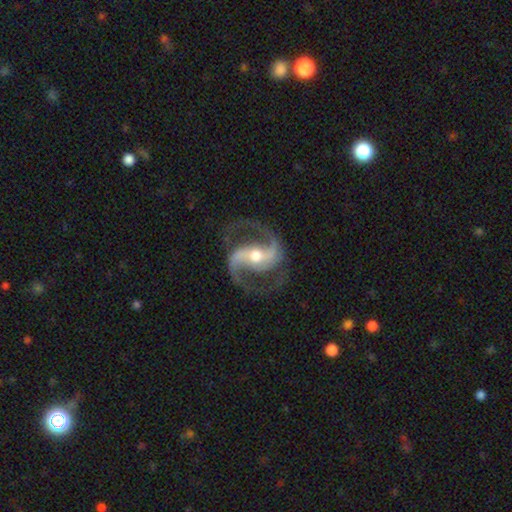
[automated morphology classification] Overall: featured or disk (93%). Edge-on disk: no (97%). Bar: strong (51%; weak 32%). Spiral arms: yes (98%). Spiral arm count: 2 (94%). Spiral winding: medium (62%; loose 26%). Bulge size: moderate (67%). Merging: none (81%).